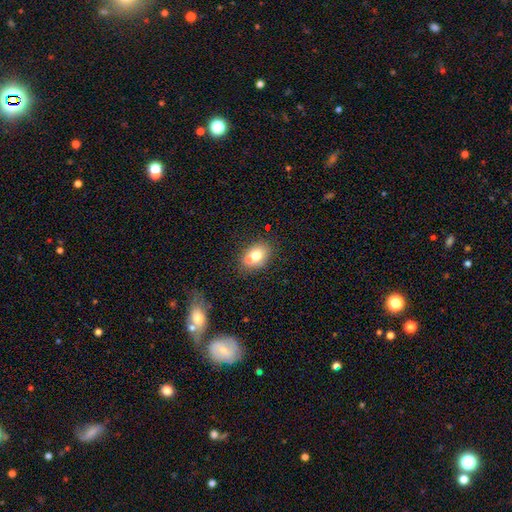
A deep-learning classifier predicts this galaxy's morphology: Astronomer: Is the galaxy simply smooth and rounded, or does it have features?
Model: smooth — 73%.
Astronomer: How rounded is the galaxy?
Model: in between — 69%.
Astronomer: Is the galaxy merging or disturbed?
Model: none — 58%.